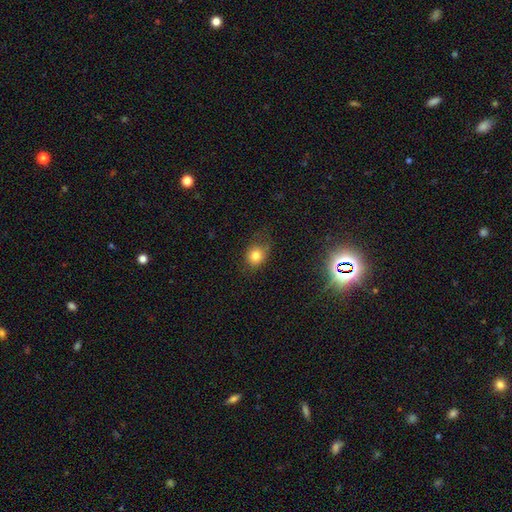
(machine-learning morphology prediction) Smooth or featured: smooth — 79% (star or artifact — 13%)
How rounded: round — 70% (in between — 29%)
Merging: none — 67% (minor disturbance — 23%)